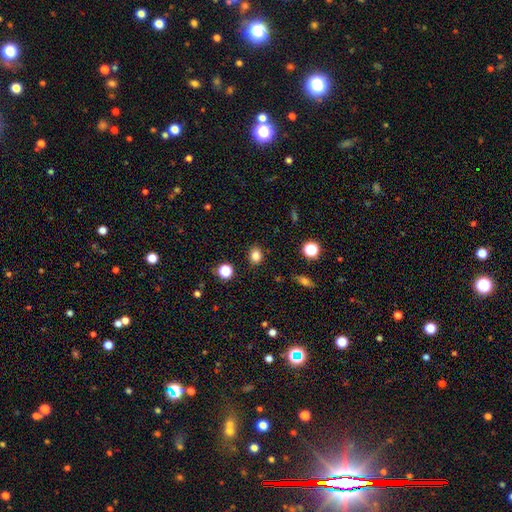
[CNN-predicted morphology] This appears to be a smooth galaxy with no disk features (82%) that is round (52%). Merging: none (86%).